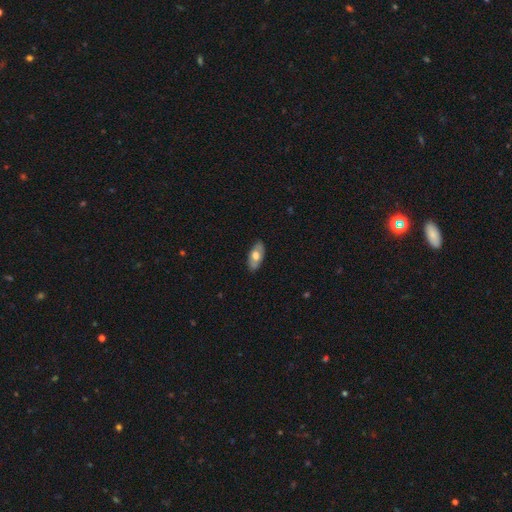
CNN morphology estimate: Overall: smooth (60%; featured or disk 34%). How rounded: in between (91%). Merging: none (85%).